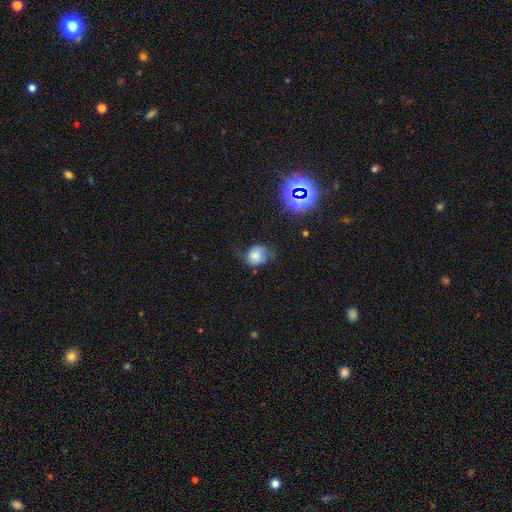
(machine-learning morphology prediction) Smooth or featured? Predicted: smooth (p=0.56). How rounded? Predicted: round (p=0.61). Merging? Predicted: none (p=0.47).